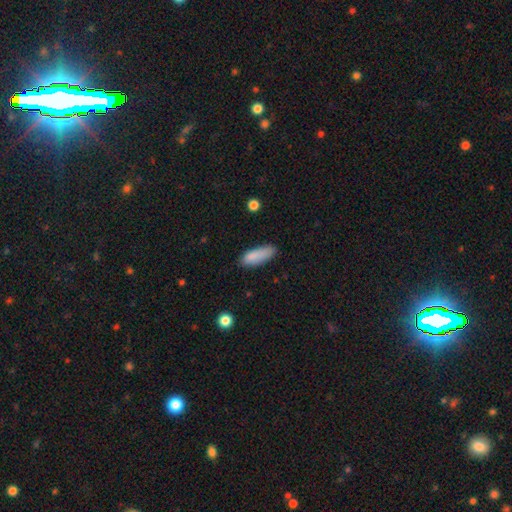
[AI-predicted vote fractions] This is clearly a smooth galaxy (87%). How rounded: likely in between (65%). Merging: likely none (71%).